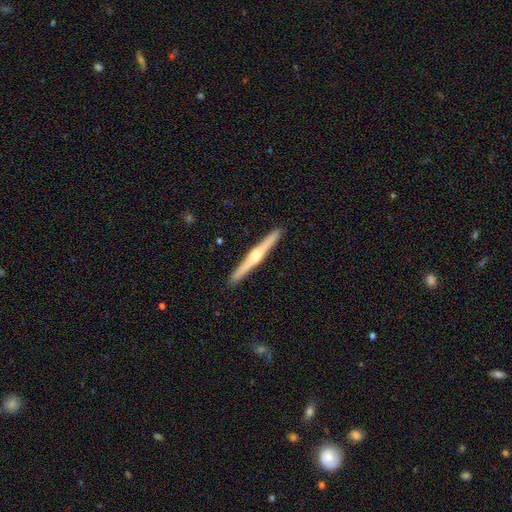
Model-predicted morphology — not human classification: Smooth or featured?
  - featured or disk: 73% *
  - smooth: 22%
  - star or artifact: 5%
Edge-on disk?
  - yes: 98% *
  - no: 2%
Edge-on bulge?
  - rounded: 87% *
  - none: 7%
  - boxy: 5%
Merging?
  - none: 93% *
  - minor disturbance: 5%
  - major disturbance: 1%
  - merger: 1%